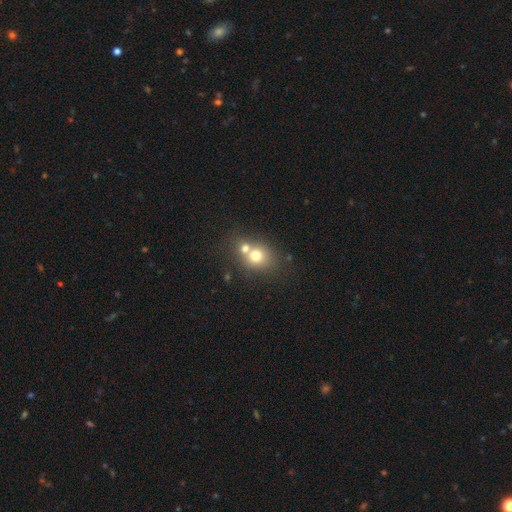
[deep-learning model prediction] Morphology: type=smooth (70%); roundness=round (70%); merging=merger (50%).